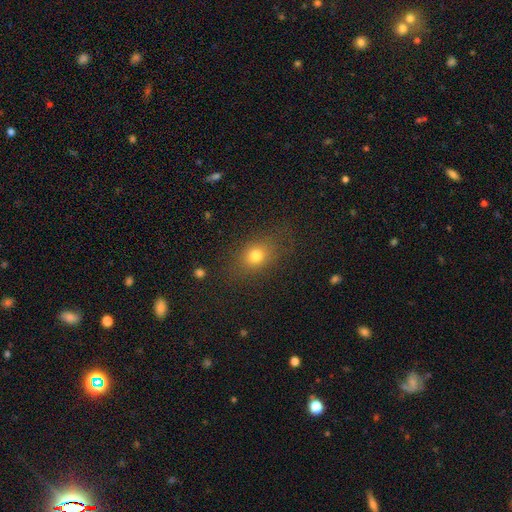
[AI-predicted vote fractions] Smooth or featured? smooth (75%)
How rounded? in between (52%)
Merging? none (78%)